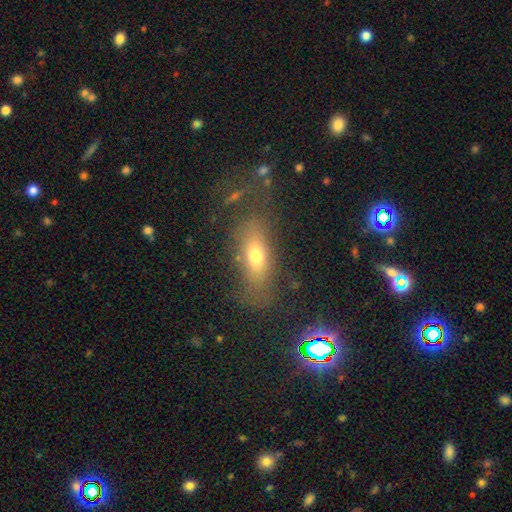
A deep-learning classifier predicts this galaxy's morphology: This appears to be a smooth galaxy with no disk features (64%) that is in between round and cigar-shaped (67%). Merging: none (71%).